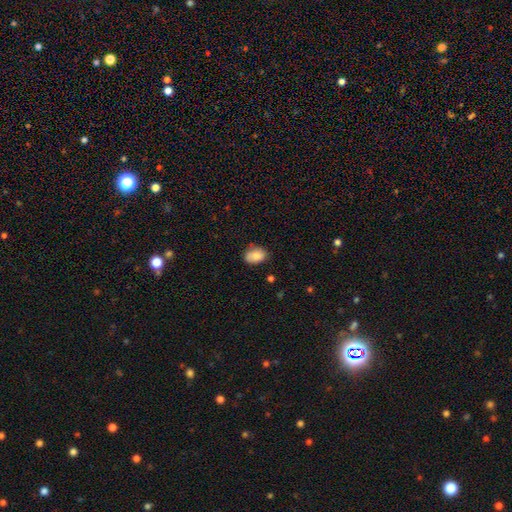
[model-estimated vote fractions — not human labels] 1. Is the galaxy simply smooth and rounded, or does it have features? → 83% smooth, 9% featured or disk, 8% star or artifact.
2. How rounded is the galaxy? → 78% in between, 21% round, 1% cigar-shaped.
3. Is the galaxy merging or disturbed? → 70% none, 23% minor disturbance, 5% major disturbance, 2% merger.